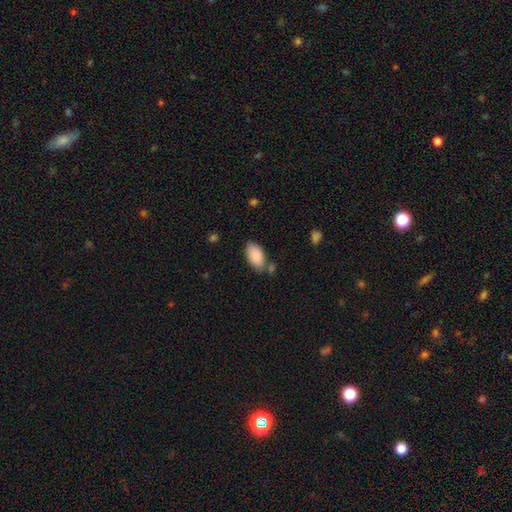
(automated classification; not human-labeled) This appears to be a smooth galaxy with no disk features (87%) that is in between round and cigar-shaped (95%). Merging: none (69%).